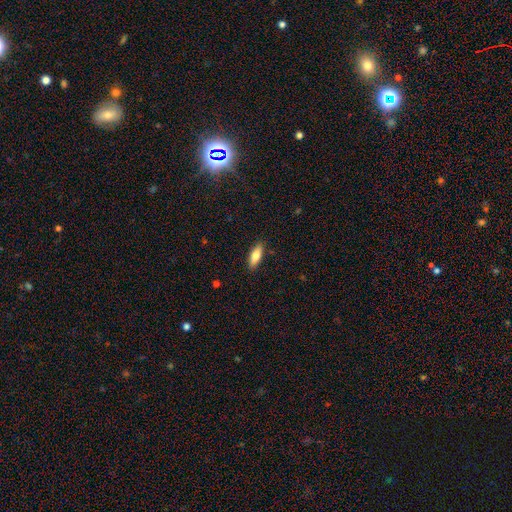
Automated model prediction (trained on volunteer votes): Overall: smooth (78%). How rounded: in between (66%; cigar-shaped 32%). Merging: none (88%).